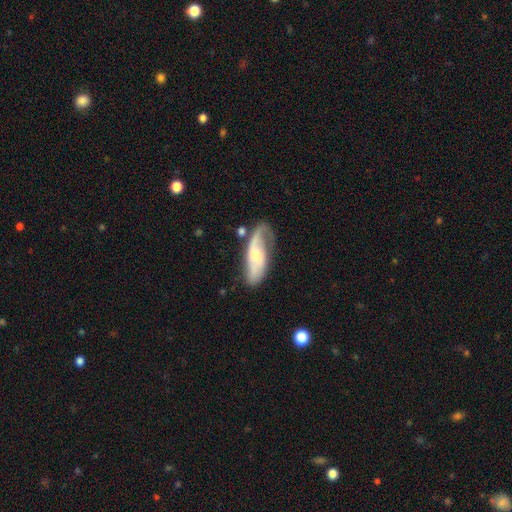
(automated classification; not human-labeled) This appears to be a featured or disk galaxy (67%) with no bar (58%), 2 (70%) loose (52%) spiral arms (89%) and a small central bulge (48%). Merging: none (52%).